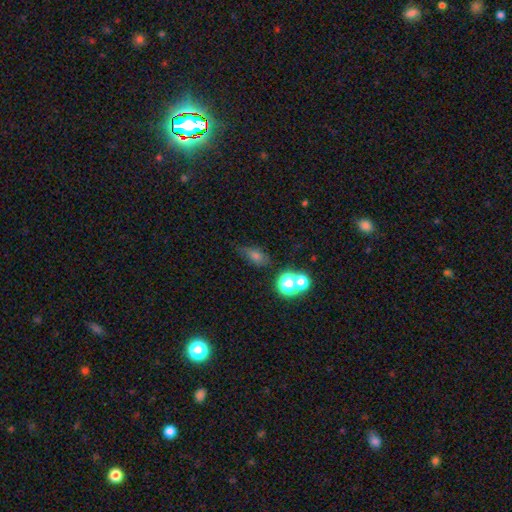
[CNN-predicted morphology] type=smooth (63%); roundness=in between (68%); merging=none (55%).